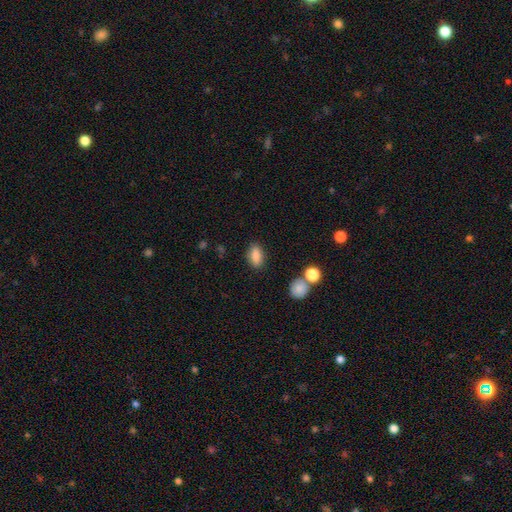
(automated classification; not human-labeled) smooth-or-featured: smooth: 85% | star or artifact: 8% | featured or disk: 7%
  how-rounded: in between: 83% | cigar-shaped: 10% | round: 7%
  merging: none: 84% | minor disturbance: 10% | merger: 3% | major disturbance: 3%